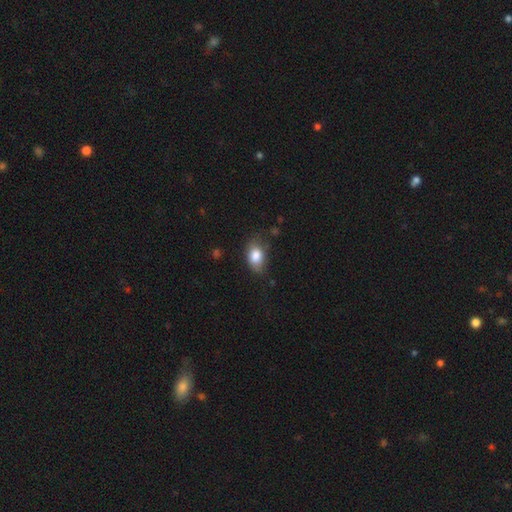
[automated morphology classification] smooth-or-featured: smooth: 82% | featured or disk: 10% | star or artifact: 8%
  how-rounded: in between: 83% | round: 16% | cigar-shaped: 2%
  merging: none: 59% | minor disturbance: 30% | major disturbance: 9% | merger: 2%